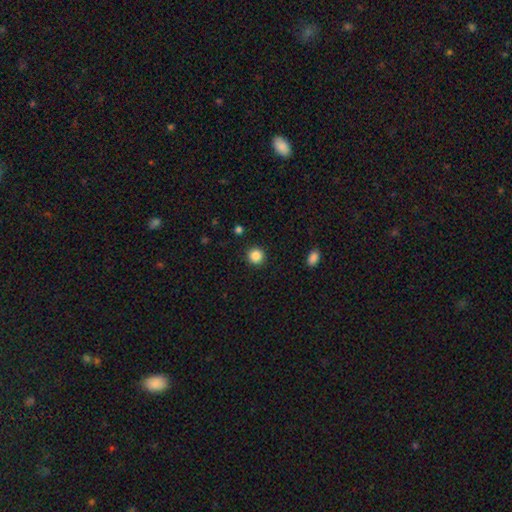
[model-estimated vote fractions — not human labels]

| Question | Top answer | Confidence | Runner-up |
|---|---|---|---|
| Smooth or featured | smooth | 87% | star or artifact (10%) |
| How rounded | round | 94% | in between (5%) |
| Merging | none | 92% | minor disturbance (5%) |